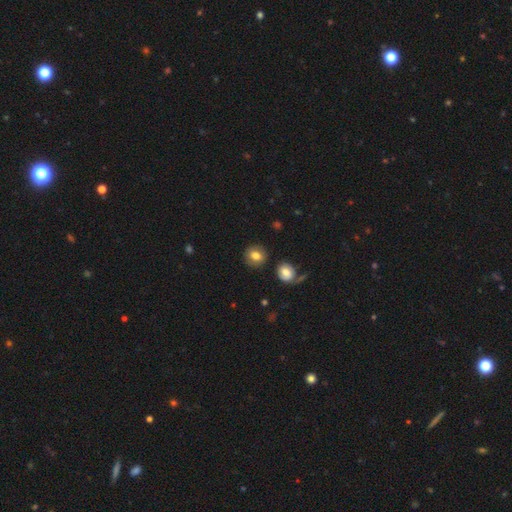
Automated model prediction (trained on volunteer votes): Smooth or featured: smooth — 78% (featured or disk — 13%)
How rounded: round — 79% (in between — 20%)
Merging: none — 85% (minor disturbance — 9%)